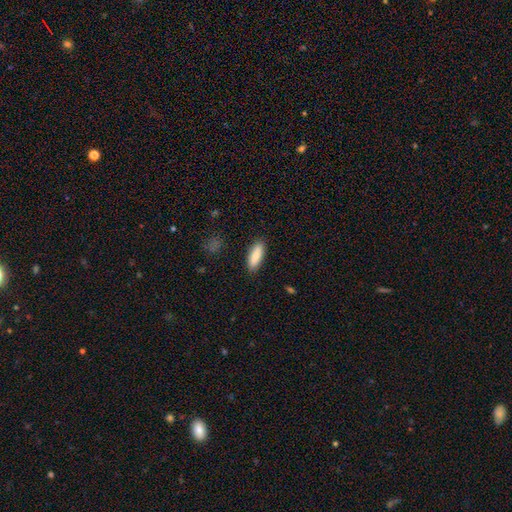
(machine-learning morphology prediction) A smooth galaxy with no disk features (84%) that is in between round and cigar-shaped (61%).

Vote fractions:
- Smooth or featured? smooth: 84% / featured or disk: 9% / star or artifact: 6%
- How rounded? in between: 61% / cigar-shaped: 37% / round: 2%
- Merging? none: 88% / minor disturbance: 8% / major disturbance: 2% / merger: 1%